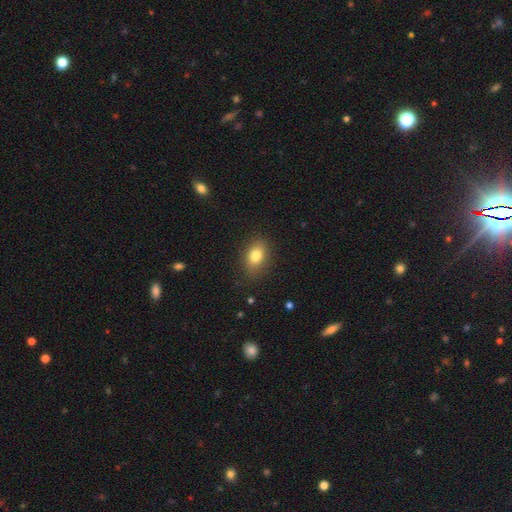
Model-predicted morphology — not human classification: The model was most divided on "how rounded": in between: 75%, round: 23%, cigar-shaped: 2%. More confident: merging — none (83%); smooth or featured — smooth (81%).